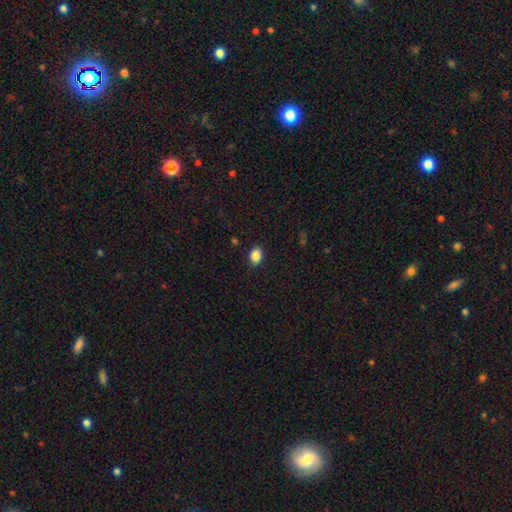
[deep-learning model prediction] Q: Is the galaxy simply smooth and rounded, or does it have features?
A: smooth — 87%.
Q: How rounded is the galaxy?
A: in between — 60%.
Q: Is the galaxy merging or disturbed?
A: none — 89%.